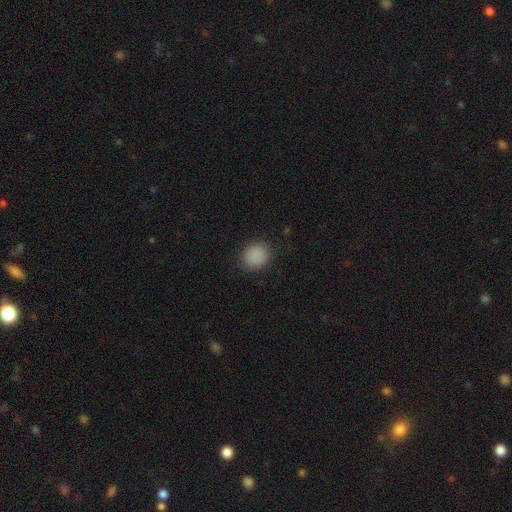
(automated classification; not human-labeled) Morphology: type=smooth (88%); roundness=round (78%); merging=none (87%).